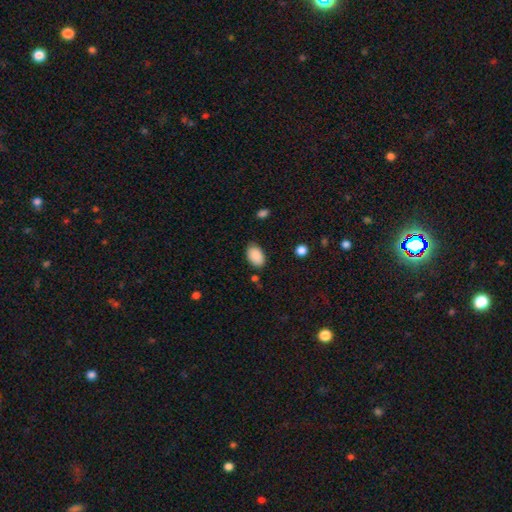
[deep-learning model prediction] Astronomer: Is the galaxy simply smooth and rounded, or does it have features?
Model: smooth — 89%.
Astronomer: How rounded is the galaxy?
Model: in between — 91%.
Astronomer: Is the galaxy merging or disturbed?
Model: none — 80%.